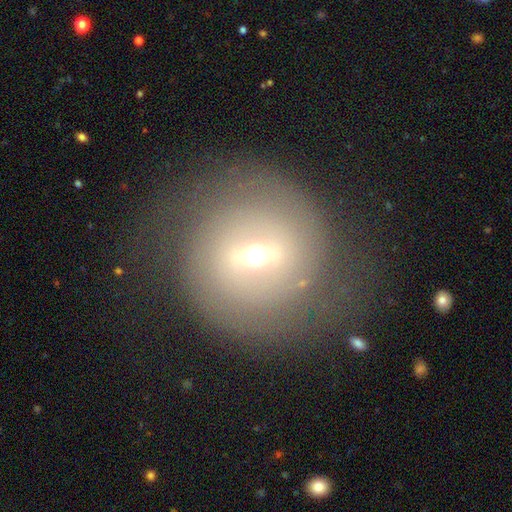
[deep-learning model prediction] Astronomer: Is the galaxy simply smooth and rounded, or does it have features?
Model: featured or disk — 58%.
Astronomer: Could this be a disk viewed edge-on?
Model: no — 92%.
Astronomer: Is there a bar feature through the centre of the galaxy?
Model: weak — 49% (runner-up: strong, 28%).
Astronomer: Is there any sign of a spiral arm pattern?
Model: no — 50%, tied with yes at 50%.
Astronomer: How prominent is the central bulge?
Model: moderate — 57% (runner-up: small, 35%).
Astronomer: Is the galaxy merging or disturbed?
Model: none — 74%.